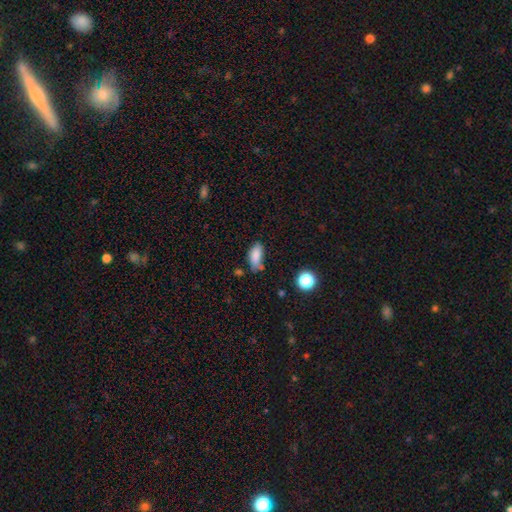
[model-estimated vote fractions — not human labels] Q: Smooth or featured?
A: smooth (83%); runner-up: star or artifact (9%)
Q: How rounded?
A: in between (86%); runner-up: cigar-shaped (10%)
Q: Merging?
A: none (53%); runner-up: minor disturbance (31%)